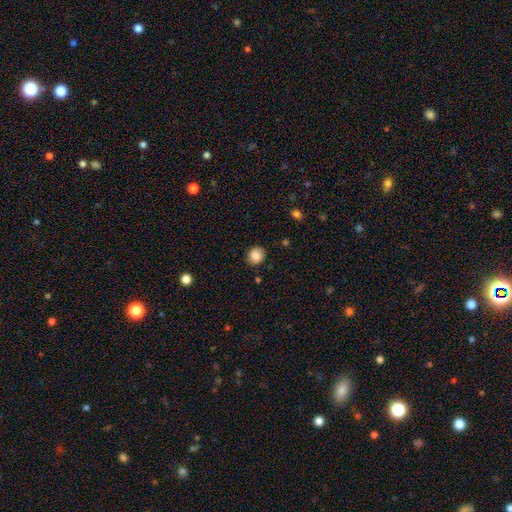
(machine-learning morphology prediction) Overall: smooth (86%). How rounded: round (81%). Merging: none (86%).